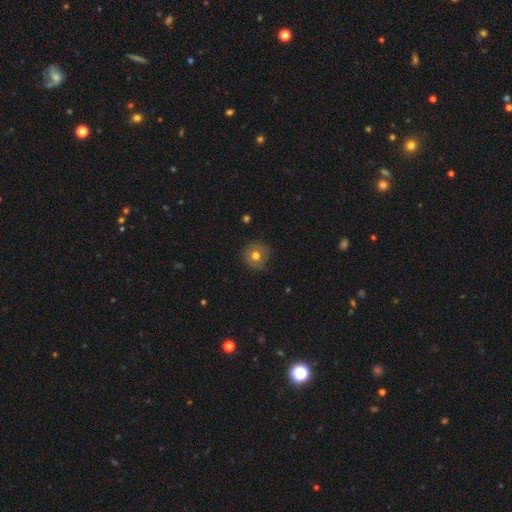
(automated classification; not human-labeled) smooth-or-featured: smooth: 71% | featured or disk: 19% | star or artifact: 10%
  how-rounded: round: 94% | in between: 5% | cigar-shaped: 1%
  merging: none: 84% | minor disturbance: 11% | major disturbance: 3% | merger: 1%